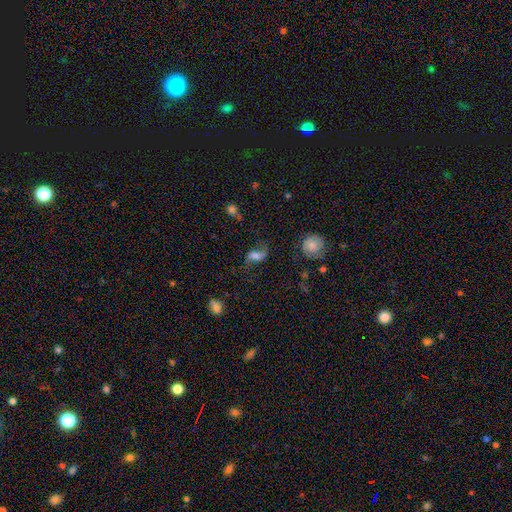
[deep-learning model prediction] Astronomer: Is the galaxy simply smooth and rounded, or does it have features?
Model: featured or disk — 58%.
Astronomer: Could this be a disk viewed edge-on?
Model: no — 94%.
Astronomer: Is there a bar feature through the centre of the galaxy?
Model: weak — 42% (runner-up: no, 35%).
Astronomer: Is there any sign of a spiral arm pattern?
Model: yes — 90%.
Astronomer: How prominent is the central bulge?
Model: moderate — 35% (runner-up: small, 24%).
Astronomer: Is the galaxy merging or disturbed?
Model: none — 65%.